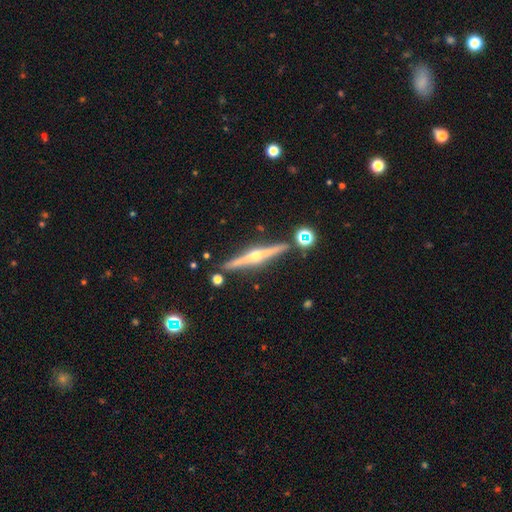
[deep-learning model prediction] Smooth or featured? featured or disk (83%)
Edge-on disk? yes (98%)
Edge-on bulge? rounded (91%)
Merging? none (84%)